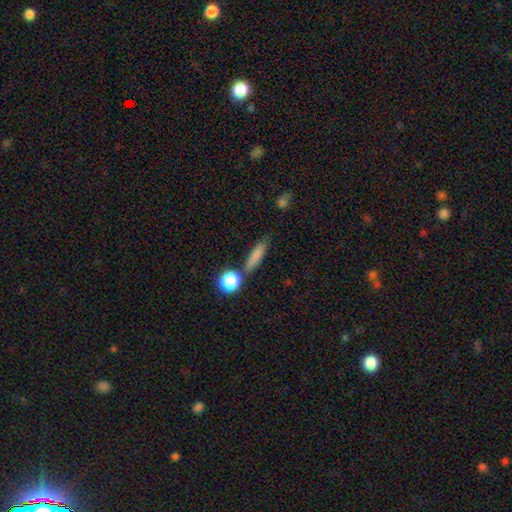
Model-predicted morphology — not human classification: Q: Smooth or featured?
A: smooth (78%); runner-up: featured or disk (12%)
Q: How rounded?
A: cigar-shaped (66%); runner-up: in between (25%)
Q: Merging?
A: none (73%); runner-up: minor disturbance (13%)